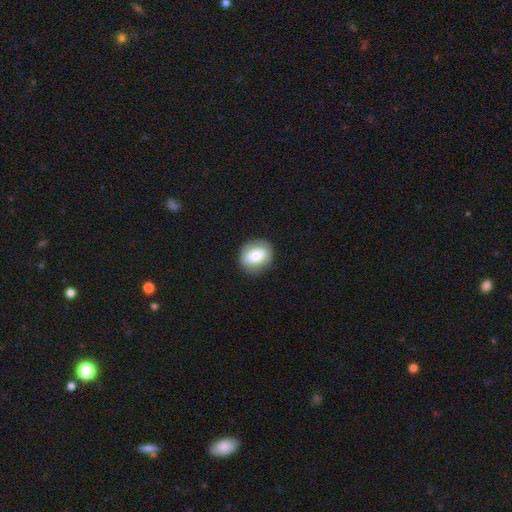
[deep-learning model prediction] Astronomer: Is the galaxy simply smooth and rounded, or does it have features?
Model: smooth — 67%.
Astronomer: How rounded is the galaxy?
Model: round — 61% (runner-up: in between, 38%).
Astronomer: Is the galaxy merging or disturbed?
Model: none — 80%.